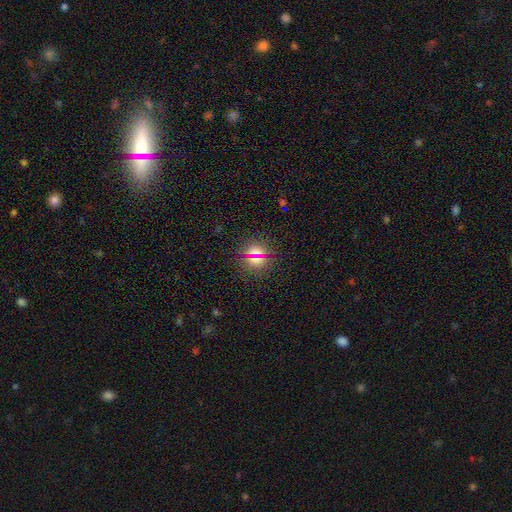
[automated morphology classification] smooth_or_featured: smooth (p=0.56) [alt: star or artifact p=0.35]
how_rounded: round (p=0.82) [alt: in between p=0.14]
merging: none (p=0.83) [alt: minor disturbance p=0.09]